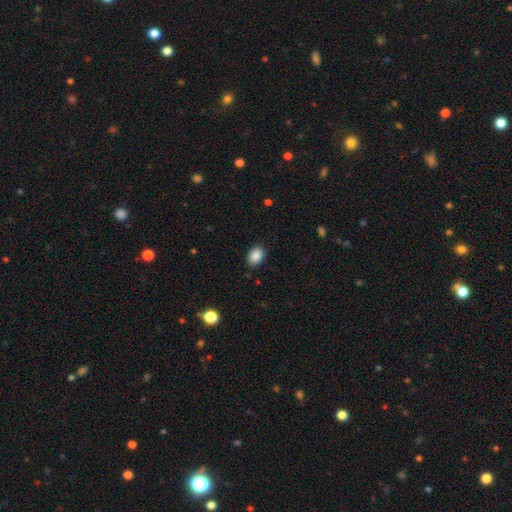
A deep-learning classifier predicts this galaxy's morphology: A smooth galaxy with no disk features (87%) that is in between round and cigar-shaped (72%). Merging: none (88%).